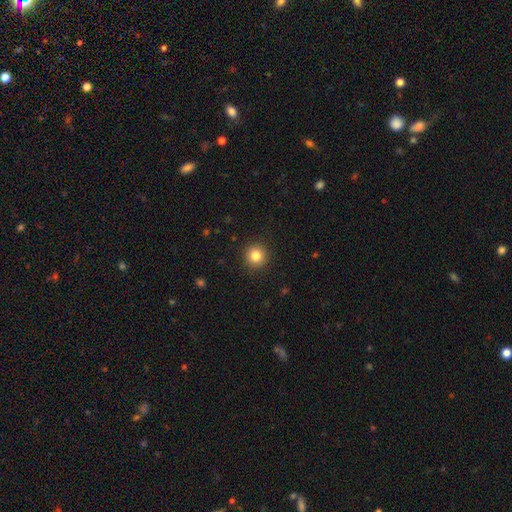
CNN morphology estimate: type=smooth (83%); roundness=round (94%); merging=none (92%).